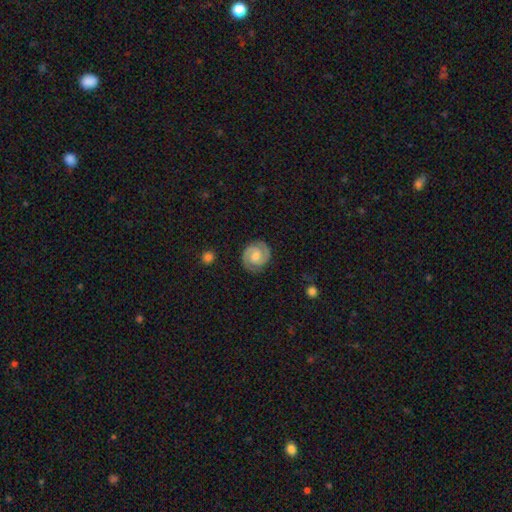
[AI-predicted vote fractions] smooth_or_featured: featured or disk (p=0.86) [alt: smooth p=0.09]
disk_edge_on: no (p=0.98) [alt: yes p=0.02]
bar: weak (p=0.45) [alt: no p=0.43]
has_spiral_arms: yes (p=0.98) [alt: no p=0.02]
spiral_winding: tight (p=0.62) [alt: medium p=0.34]
spiral_arm_count: 2 (p=0.93) [alt: can't tell p=0.03]
bulge_size: moderate (p=0.54) [alt: small p=0.32]
merging: none (p=0.86) [alt: minor disturbance p=0.10]